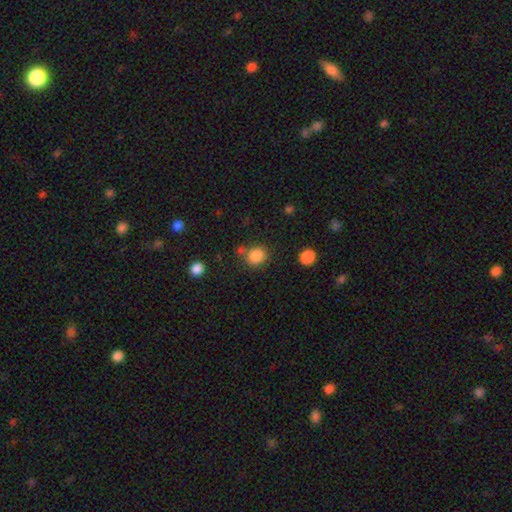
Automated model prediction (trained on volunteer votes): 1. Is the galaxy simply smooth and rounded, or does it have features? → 85% smooth, 10% star or artifact, 4% featured or disk.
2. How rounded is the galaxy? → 66% round, 33% in between, 1% cigar-shaped.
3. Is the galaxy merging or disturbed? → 73% none, 13% minor disturbance, 10% merger, 5% major disturbance.